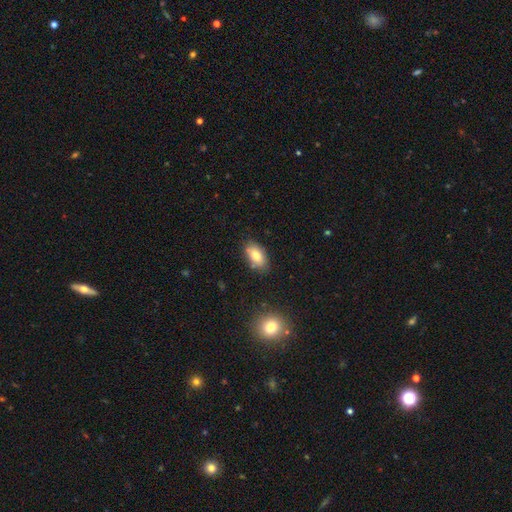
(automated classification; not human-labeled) smooth-or-featured: smooth: 79% | featured or disk: 12% | star or artifact: 8%
  how-rounded: in between: 91% | round: 6% | cigar-shaped: 3%
  merging: none: 79% | minor disturbance: 14% | merger: 4% | major disturbance: 3%